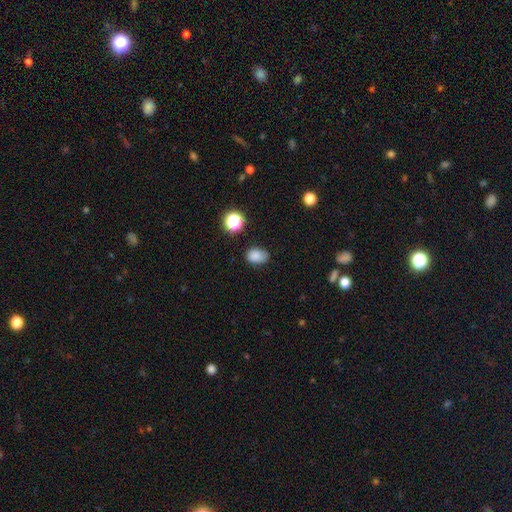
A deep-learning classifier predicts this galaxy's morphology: A smooth galaxy with no disk features (82%) that is in between round and cigar-shaped (72%). Merging: none (68%).